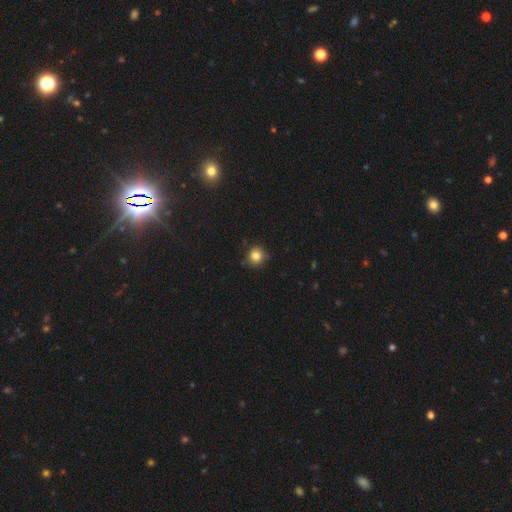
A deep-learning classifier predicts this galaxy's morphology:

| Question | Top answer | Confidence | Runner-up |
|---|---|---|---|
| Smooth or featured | smooth | 83% | star or artifact (12%) |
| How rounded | round | 91% | in between (8%) |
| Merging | none | 78% | minor disturbance (17%) |